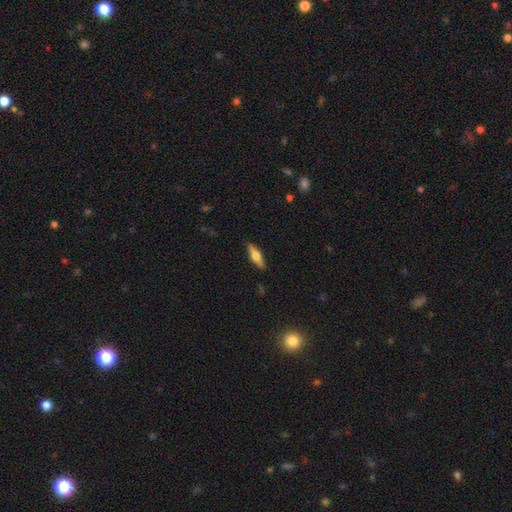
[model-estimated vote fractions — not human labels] Q: Smooth or featured?
A: smooth (50%); runner-up: featured or disk (44%)
Q: Merging?
A: none (89%); runner-up: minor disturbance (8%)